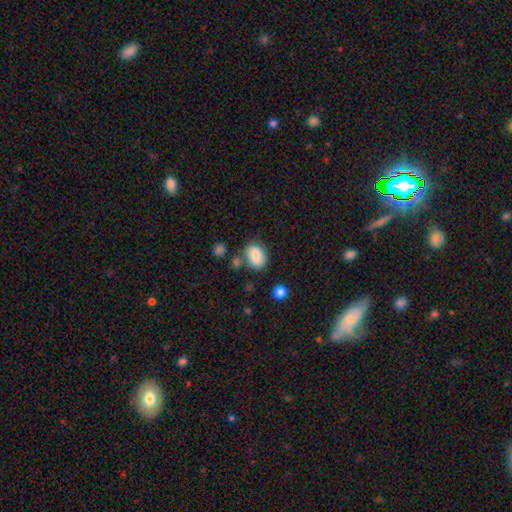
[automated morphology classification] Smooth or featured?
  - smooth: 81% *
  - featured or disk: 10%
  - star or artifact: 9%
How rounded?
  - in between: 80% *
  - round: 18%
  - cigar-shaped: 1%
Merging?
  - none: 60% *
  - minor disturbance: 22%
  - merger: 11%
  - major disturbance: 7%